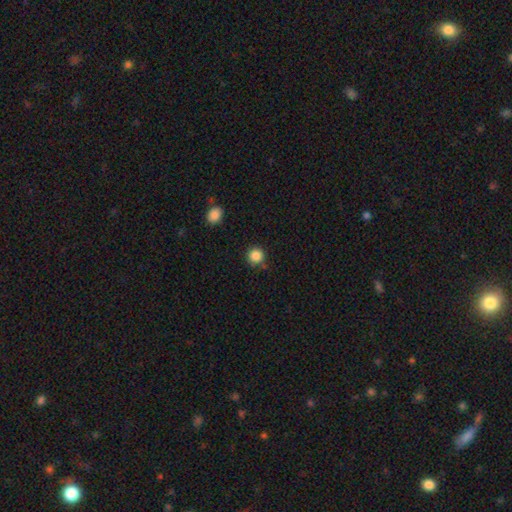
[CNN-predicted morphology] smooth_or_featured: smooth (p=0.86) [alt: star or artifact p=0.11]
how_rounded: round (p=0.95) [alt: in between p=0.05]
merging: none (p=0.84) [alt: minor disturbance p=0.09]